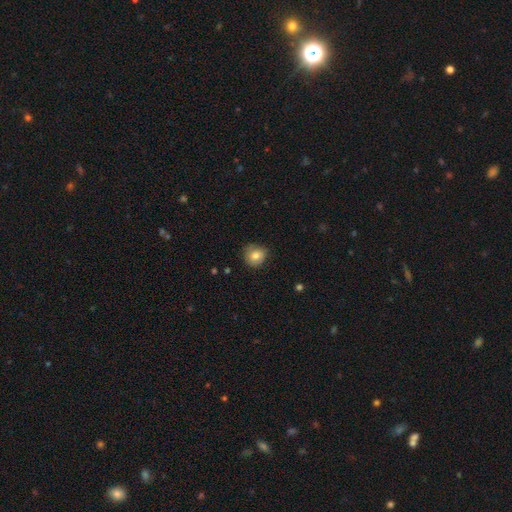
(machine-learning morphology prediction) The model was most divided on "merging": none: 76%, minor disturbance: 20%, major disturbance: 4%, merger: 1%. More confident: how rounded — round (85%); smooth or featured — smooth (79%).